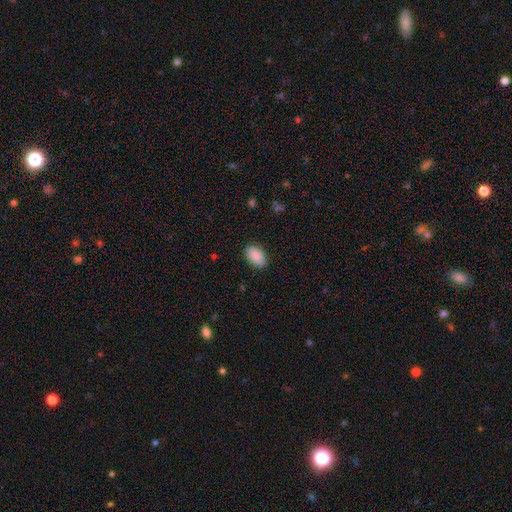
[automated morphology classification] Smooth or featured: smooth — 90% (star or artifact — 6%)
How rounded: in between — 92% (round — 6%)
Merging: none — 87% (minor disturbance — 10%)